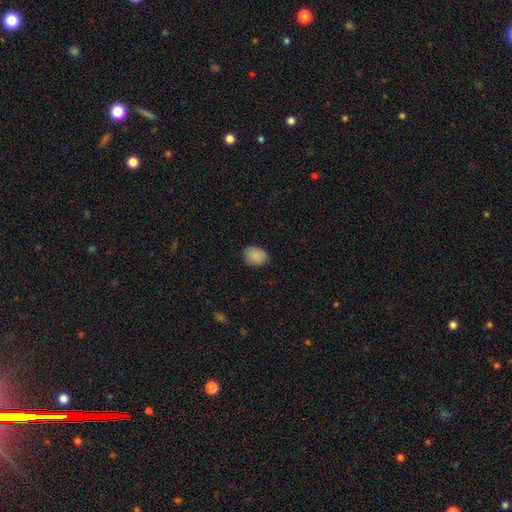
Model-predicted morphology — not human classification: The model was most divided on "how rounded": in between: 66%, round: 34%, cigar-shaped: 1%. More confident: smooth or featured — smooth (88%); merging — none (84%).